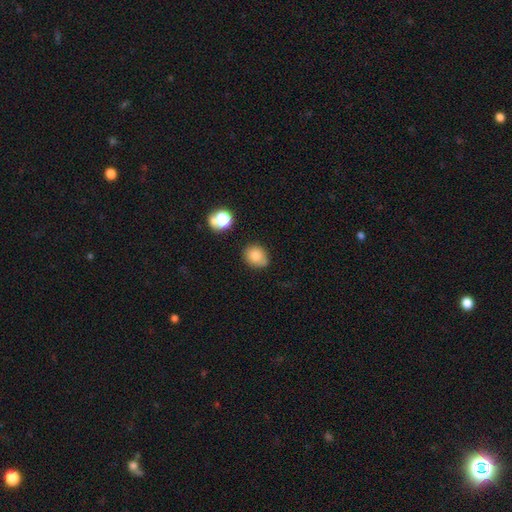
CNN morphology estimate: Smooth or featured? Predicted: smooth (p=0.80). How rounded? Predicted: round (p=0.61). Merging? Predicted: none (p=0.73).